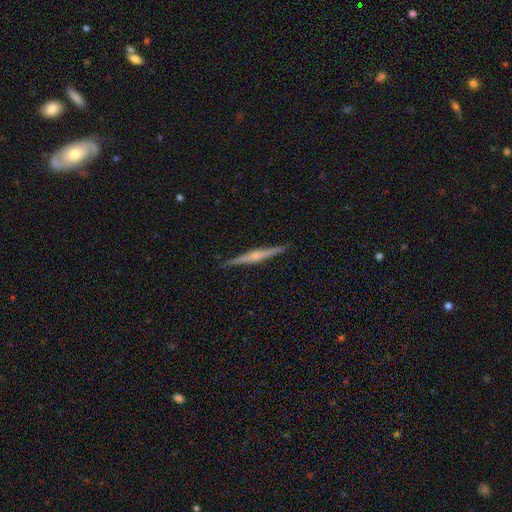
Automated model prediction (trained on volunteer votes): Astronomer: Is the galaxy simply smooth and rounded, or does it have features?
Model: featured or disk — 75%.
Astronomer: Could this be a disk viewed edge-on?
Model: yes — 98%.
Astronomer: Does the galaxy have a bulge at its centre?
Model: rounded — 73%.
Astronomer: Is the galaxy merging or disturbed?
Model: none — 91%.